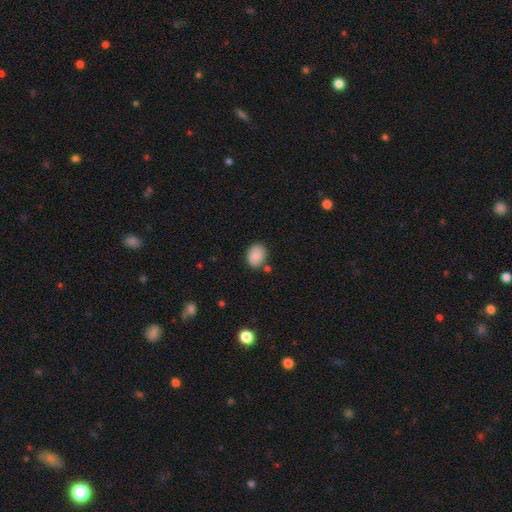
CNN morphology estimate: Smooth or featured?
  - smooth: 88% *
  - star or artifact: 8%
  - featured or disk: 5%
How rounded?
  - in between: 63% *
  - round: 36%
  - cigar-shaped: 1%
Merging?
  - none: 77% *
  - minor disturbance: 14%
  - merger: 6%
  - major disturbance: 3%